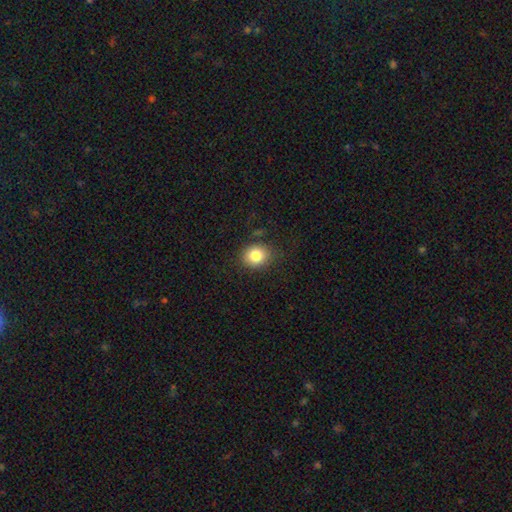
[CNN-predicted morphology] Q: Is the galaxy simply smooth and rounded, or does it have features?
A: smooth — 83%.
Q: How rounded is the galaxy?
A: round — 69%.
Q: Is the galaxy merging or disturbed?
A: none — 83%.